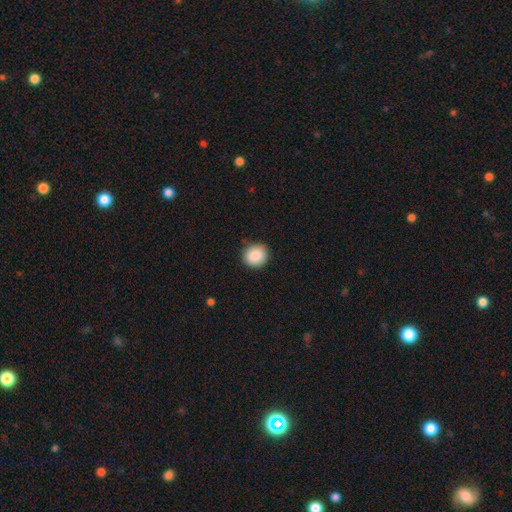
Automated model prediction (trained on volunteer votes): This appears to be a smooth galaxy with no disk features (89%) that is round (88%). Merging: none (89%).